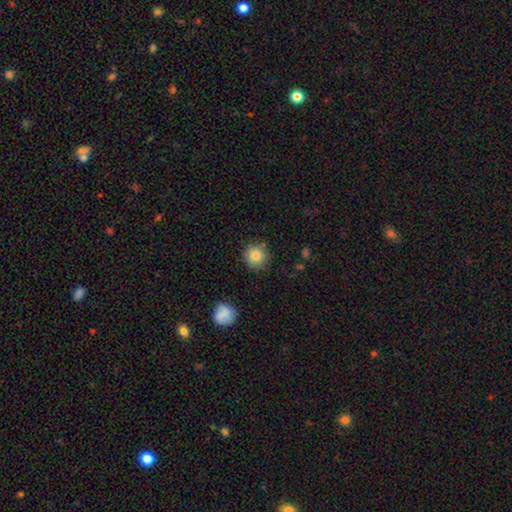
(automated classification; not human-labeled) Smooth or featured? Predicted: smooth (p=0.81). How rounded? Predicted: round (p=0.93). Merging? Predicted: none (p=0.87).